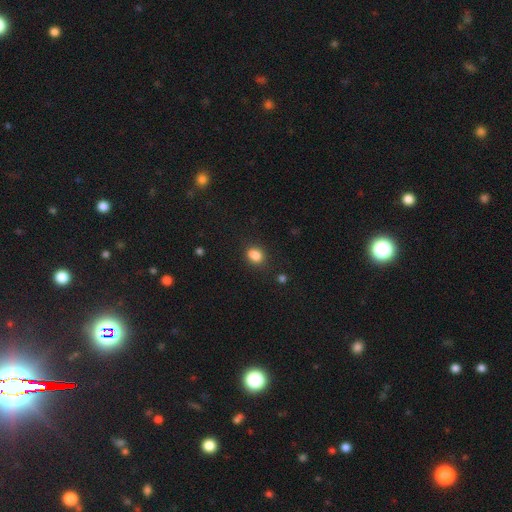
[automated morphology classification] Smooth or featured? Predicted: smooth (p=0.83). How rounded? Predicted: in between (p=0.54). Merging? Predicted: none (p=0.72).